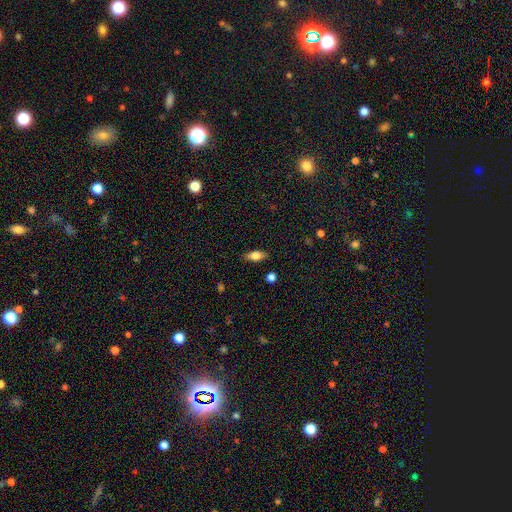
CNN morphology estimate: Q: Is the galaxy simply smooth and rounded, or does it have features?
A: smooth — 72%.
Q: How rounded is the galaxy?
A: in between — 79%.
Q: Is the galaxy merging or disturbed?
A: none — 84%.